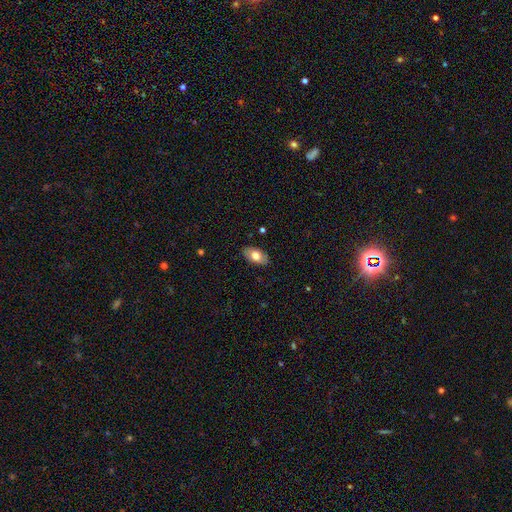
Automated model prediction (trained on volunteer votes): This appears to be a smooth galaxy with no disk features (73%) that is in between round and cigar-shaped (94%). Merging: none (87%).